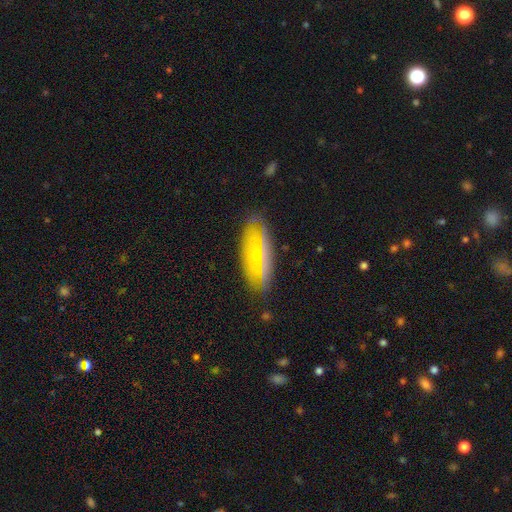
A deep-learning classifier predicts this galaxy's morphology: featured or disk 51%, smooth 36%, star or artifact 13%. Down the decision tree: edge-on disk — no (67%); merging — none (77%).